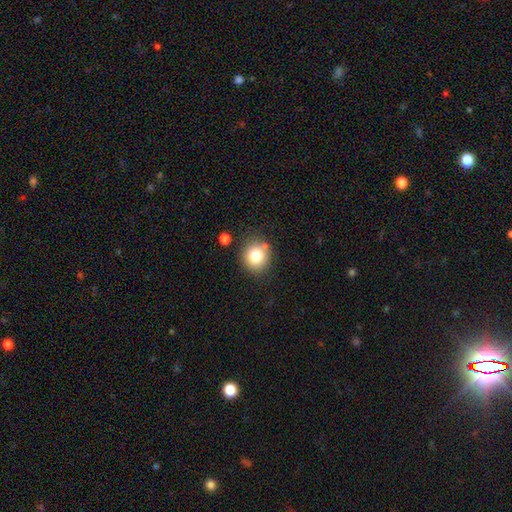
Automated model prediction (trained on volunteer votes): smooth 80%, star or artifact 11%, featured or disk 9%. Down the decision tree: how rounded — round (85%); merging — none (80%).